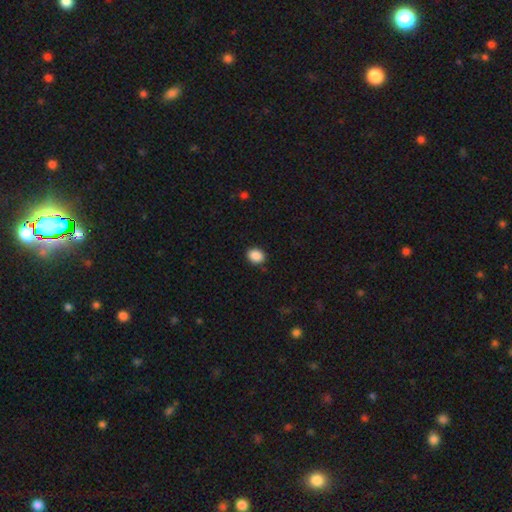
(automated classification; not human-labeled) smooth_or_featured: smooth (p=0.89) [alt: star or artifact p=0.08]
how_rounded: in between (p=0.50) [alt: round p=0.49]
merging: none (p=0.89) [alt: minor disturbance p=0.08]